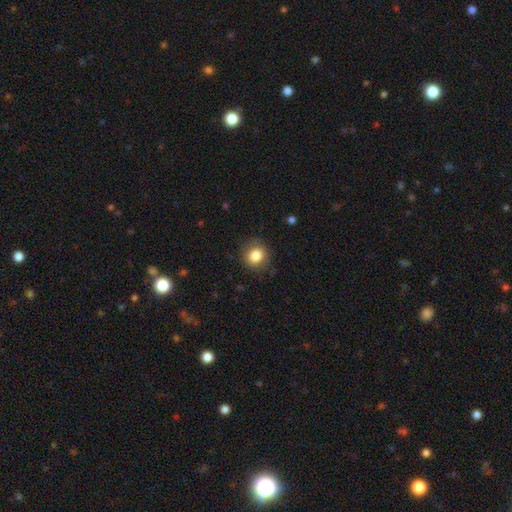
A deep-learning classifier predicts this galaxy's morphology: Smooth or featured? Predicted: smooth (p=0.83). How rounded? Predicted: round (p=0.81). Merging? Predicted: none (p=0.84).